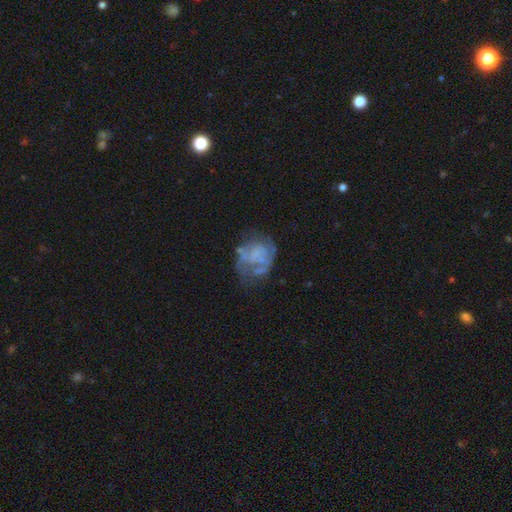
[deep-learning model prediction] smooth_or_featured: featured or disk (p=0.60) [alt: smooth p=0.28]
disk_edge_on: no (p=0.98) [alt: yes p=0.02]
bar: no (p=0.83) [alt: weak p=0.13]
has_spiral_arms: no (p=0.69) [alt: yes p=0.31]
bulge_size: none (p=0.68) [alt: small p=0.18]
merging: none (p=0.42) [alt: major disturbance p=0.29]